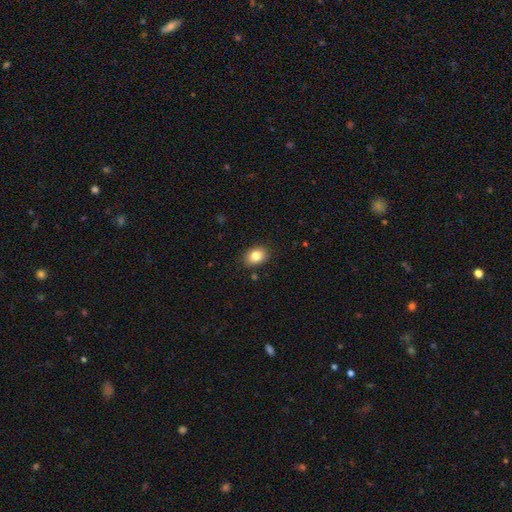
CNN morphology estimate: A smooth galaxy with no disk features (83%) that is in between round and cigar-shaped (69%). Merging: none (87%).